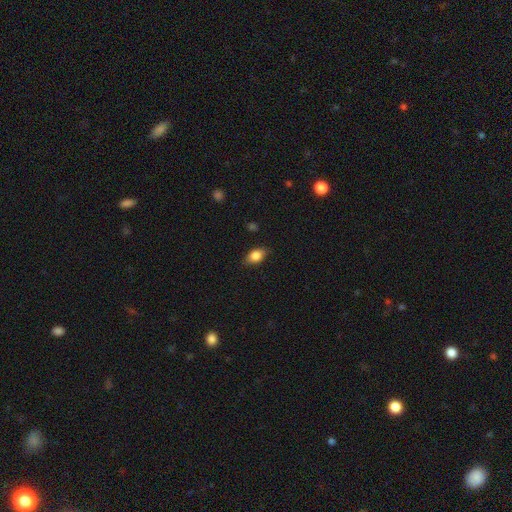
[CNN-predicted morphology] Smooth or featured: smooth — 81% (featured or disk — 11%)
How rounded: in between — 84% (round — 12%)
Merging: none — 82% (minor disturbance — 14%)